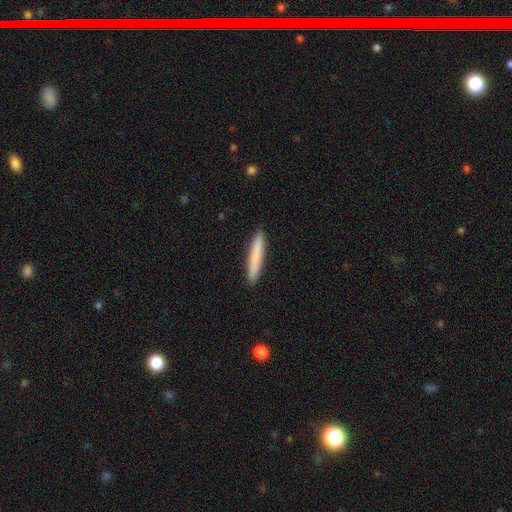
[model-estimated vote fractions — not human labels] Smooth or featured? Predicted: smooth (p=0.80). How rounded? Predicted: cigar-shaped (p=0.95). Merging? Predicted: none (p=0.92).